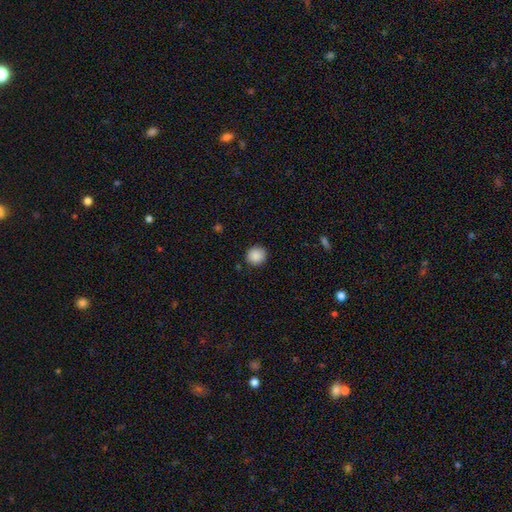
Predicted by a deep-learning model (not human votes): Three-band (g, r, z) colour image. It shows a smooth galaxy with no disk features (89%) that is round (91%). Merging: none (90%).